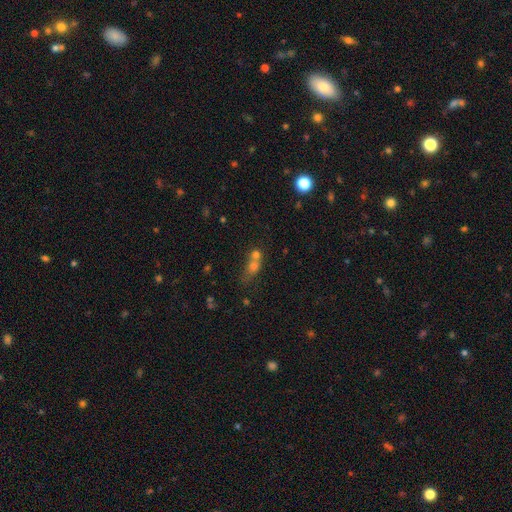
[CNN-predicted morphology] Overall: smooth (65%). How rounded: round (61%; in between 33%). Merging: merger (60%; none 27%).